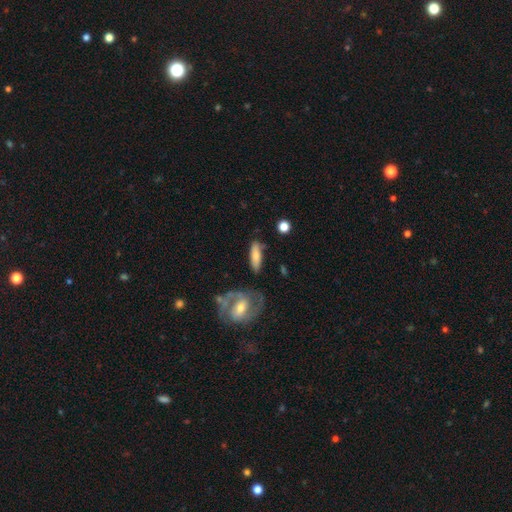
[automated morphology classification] Smooth or featured? smooth (66%)
How rounded? cigar-shaped (50%)
Merging? none (74%)